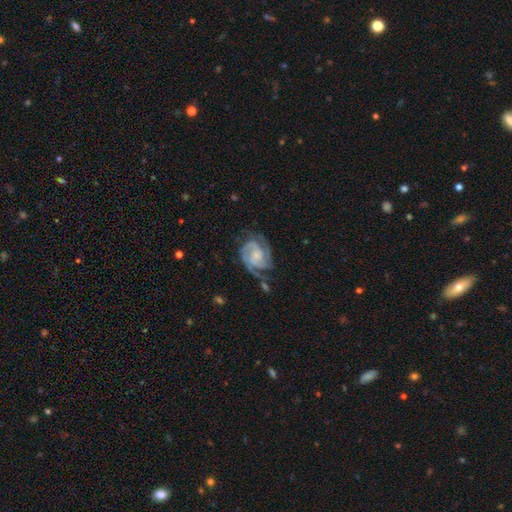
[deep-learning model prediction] Smooth or featured? featured or disk (87%)
Edge-on disk? no (98%)
Bar? no (62%)
Spiral arms? yes (97%)
Spiral winding? tight (50%)
Spiral arm count? 2 (60%)
Bulge size? small (45%)
Merging? none (57%)